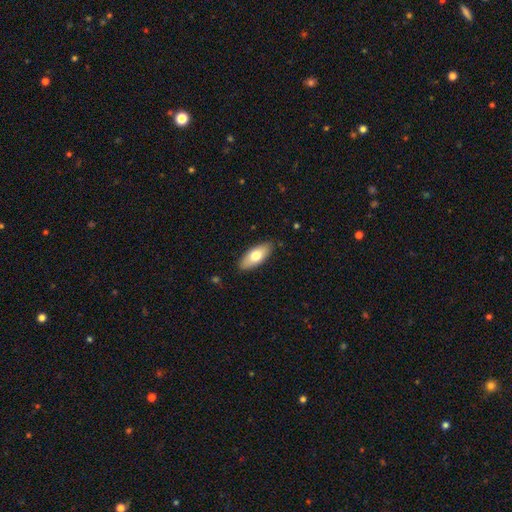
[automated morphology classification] Overall: smooth (72%). How rounded: in between (84%). Merging: none (87%).